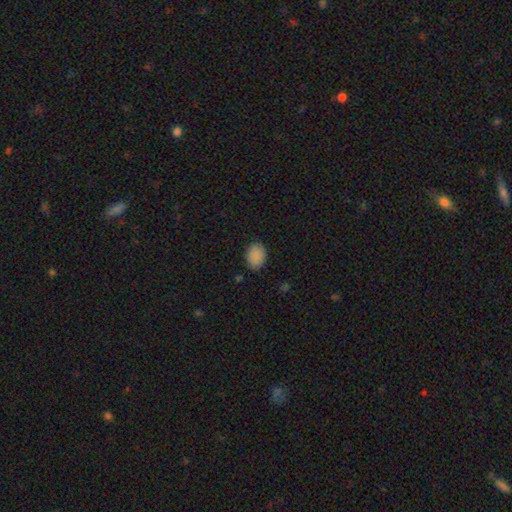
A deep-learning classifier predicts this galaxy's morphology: Smooth or featured?
  - smooth: 88% *
  - star or artifact: 9%
  - featured or disk: 3%
How rounded?
  - in between: 72% *
  - round: 27%
  - cigar-shaped: 1%
Merging?
  - none: 85% *
  - minor disturbance: 11%
  - major disturbance: 3%
  - merger: 1%